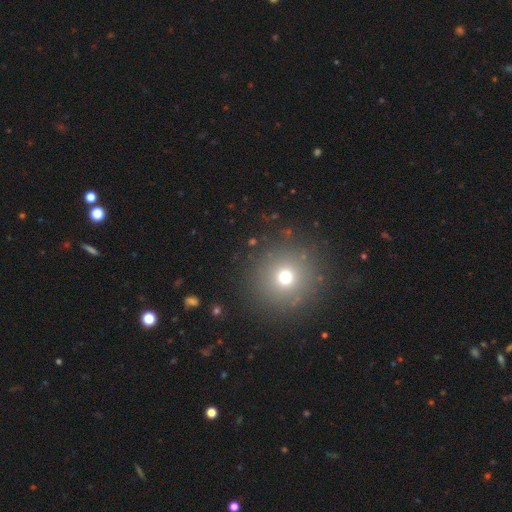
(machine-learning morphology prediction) The model was most divided on "smooth or featured": smooth: 57%, star or artifact: 32%, featured or disk: 11%. More confident: how rounded — round (95%); merging — none (90%).